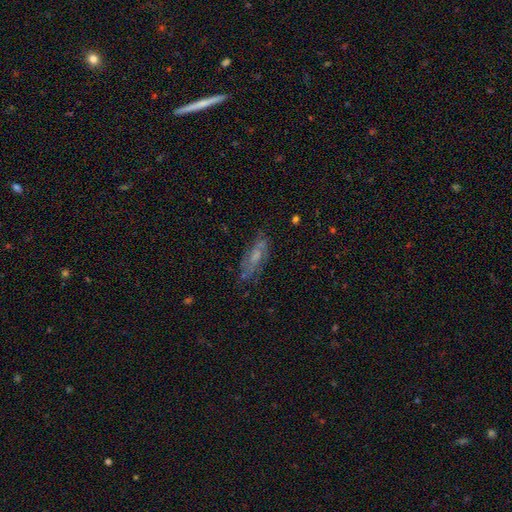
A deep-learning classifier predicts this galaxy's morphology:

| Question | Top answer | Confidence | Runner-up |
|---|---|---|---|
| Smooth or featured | featured or disk | 49% | smooth (37%) |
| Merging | none | 63% | minor disturbance (22%) |